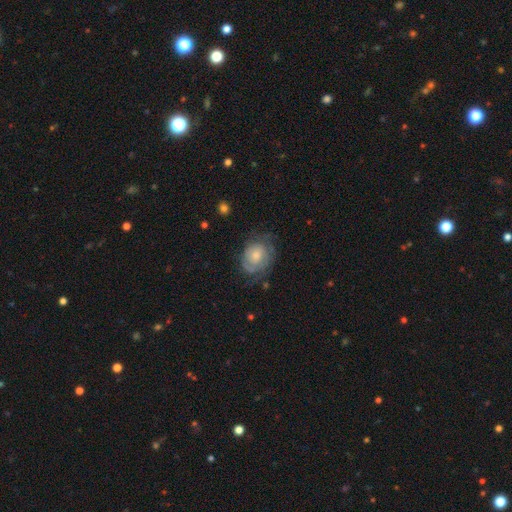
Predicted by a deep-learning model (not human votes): Smooth or featured?
  - featured or disk: 50% *
  - smooth: 43%
  - star or artifact: 7%
Merging?
  - none: 57% *
  - minor disturbance: 27%
  - major disturbance: 15%
  - merger: 2%